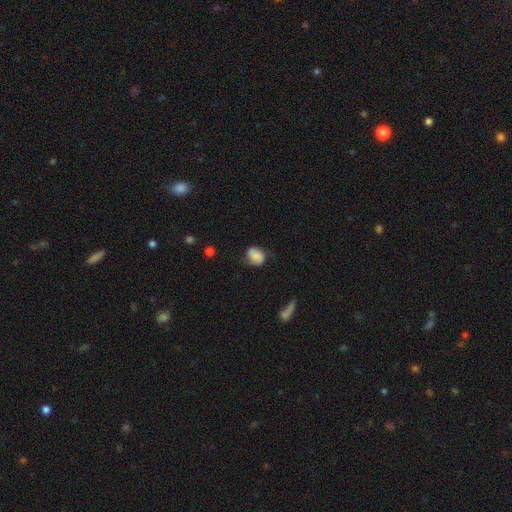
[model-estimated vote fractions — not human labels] This is likely a smooth galaxy (63%). How rounded: possibly in between (58%). Merging: possibly none (57%).